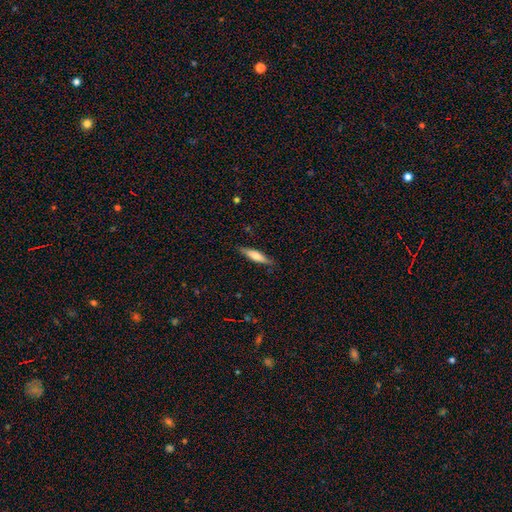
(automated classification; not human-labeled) smooth-or-featured: smooth: 55% | featured or disk: 39% | star or artifact: 6%
  how-rounded: cigar-shaped: 76% | in between: 22% | round: 2%
  merging: none: 85% | minor disturbance: 11% | major disturbance: 2% | merger: 1%